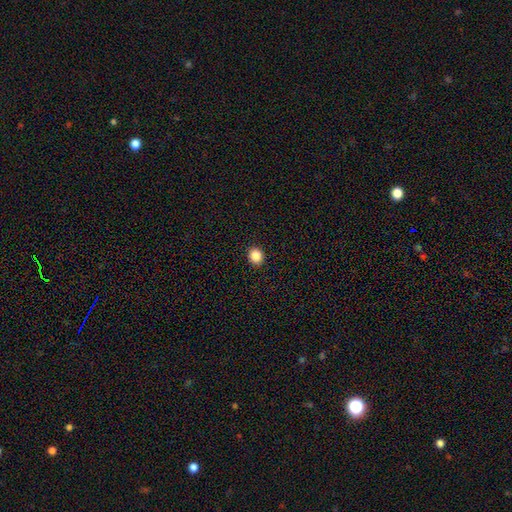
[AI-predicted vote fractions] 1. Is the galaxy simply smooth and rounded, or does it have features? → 86% smooth, 10% star or artifact, 3% featured or disk.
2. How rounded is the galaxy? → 79% round, 20% in between, 1% cigar-shaped.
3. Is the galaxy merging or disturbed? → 93% none, 5% minor disturbance, 2% major disturbance, 1% merger.